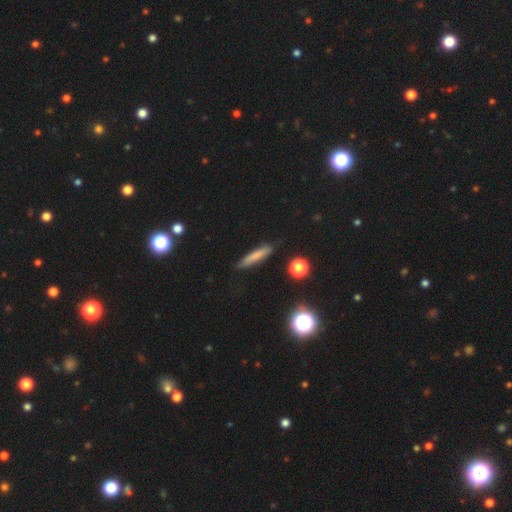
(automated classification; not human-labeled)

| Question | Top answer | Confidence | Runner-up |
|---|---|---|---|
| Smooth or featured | smooth | 73% | featured or disk (18%) |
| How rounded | cigar-shaped | 89% | in between (9%) |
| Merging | none | 83% | minor disturbance (12%) |